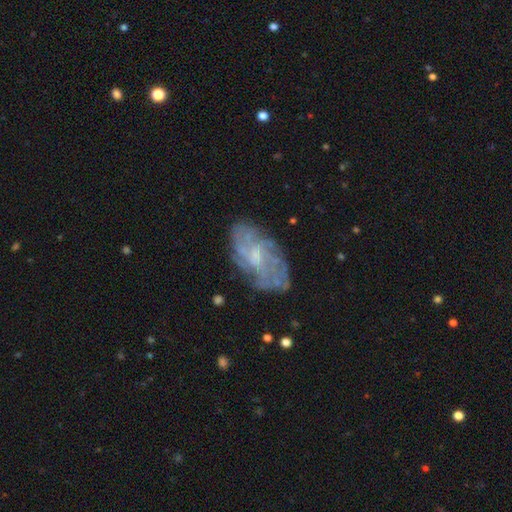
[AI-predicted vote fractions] Morphology: type=featured or disk (68%); edge-on=no (94%); bar=no (51%); spiral arms=yes (72%); bulge=small (48%); merging=none (71%).